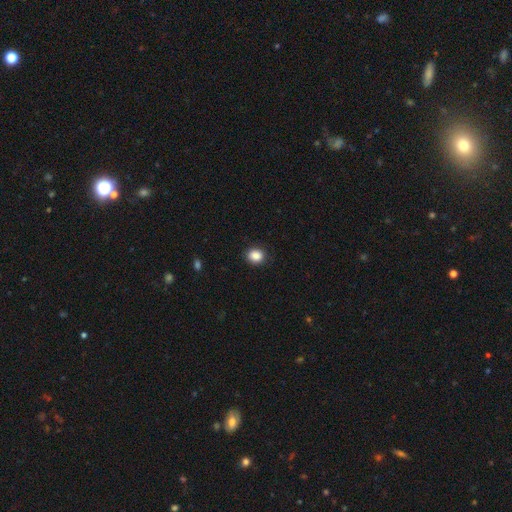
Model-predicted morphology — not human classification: This appears to be a smooth galaxy with no disk features (87%) that is round (60%). Merging: none (89%).